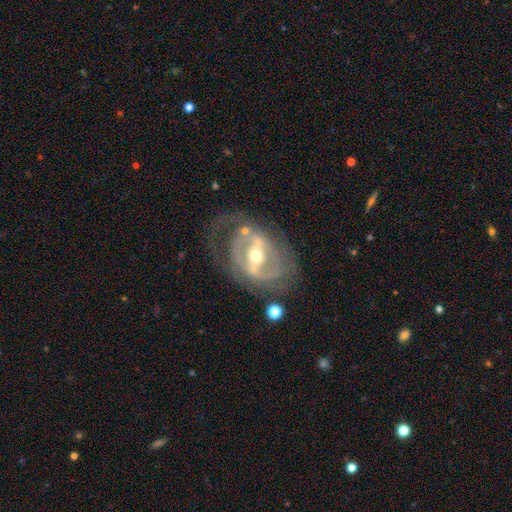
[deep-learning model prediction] Q: Smooth or featured?
A: featured or disk (85%); runner-up: smooth (9%)
Q: Edge-on disk?
A: no (94%); runner-up: yes (6%)
Q: Bar?
A: strong (60%); runner-up: weak (29%)
Q: Spiral arms?
A: yes (73%); runner-up: no (27%)
Q: Spiral winding?
A: tight (41%); tied with: medium (41%)
Q: Spiral arm count?
A: 2 (58%); runner-up: can't tell (25%)
Q: Bulge size?
A: moderate (58%); runner-up: small (37%)
Q: Merging?
A: none (54%); runner-up: major disturbance (22%)